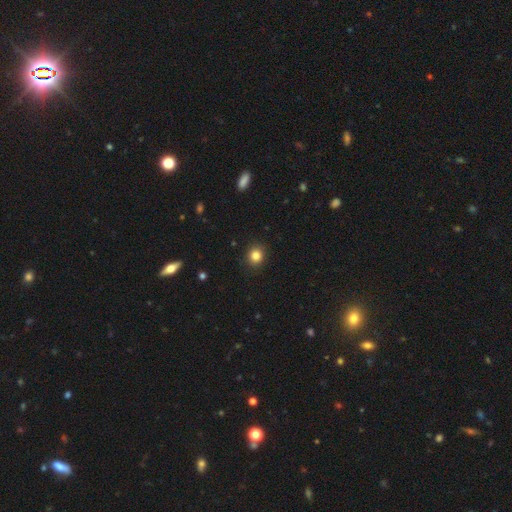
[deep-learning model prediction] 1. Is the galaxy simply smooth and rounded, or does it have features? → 84% smooth, 11% star or artifact, 5% featured or disk.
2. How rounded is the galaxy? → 85% round, 14% in between, 1% cigar-shaped.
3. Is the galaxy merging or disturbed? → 91% none, 6% minor disturbance, 2% major disturbance, 1% merger.